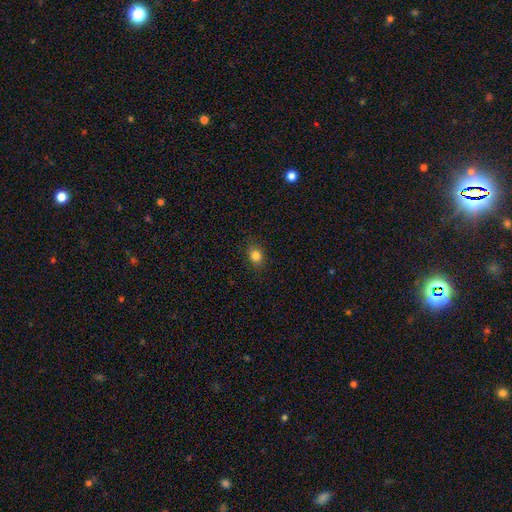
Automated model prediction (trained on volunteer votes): Smooth or featured? Predicted: smooth (p=0.83). How rounded? Predicted: round (p=0.53). Merging? Predicted: none (p=0.85).